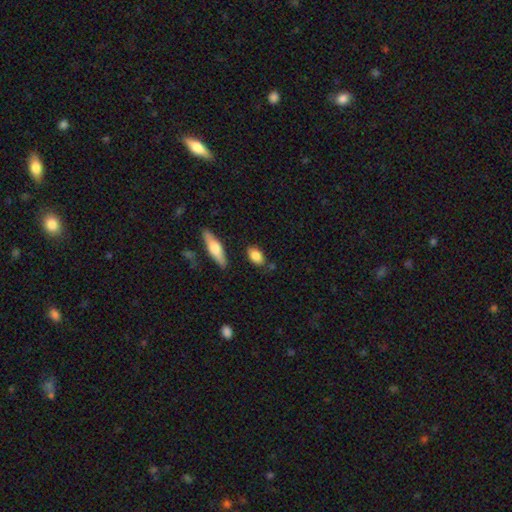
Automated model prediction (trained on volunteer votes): smooth_or_featured: smooth (p=0.84) [alt: featured or disk p=0.10]
how_rounded: in between (p=0.84) [alt: round p=0.10]
merging: none (p=0.78) [alt: minor disturbance p=0.14]